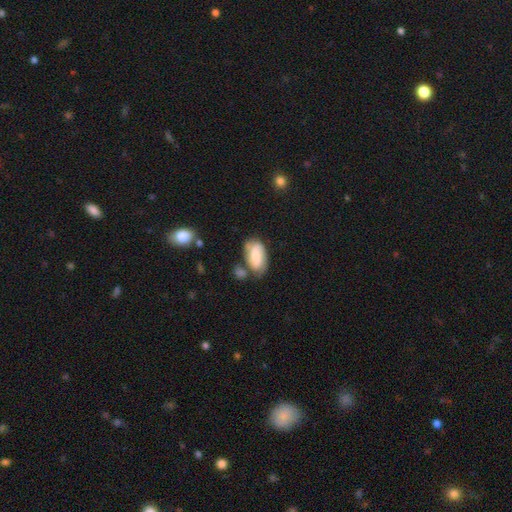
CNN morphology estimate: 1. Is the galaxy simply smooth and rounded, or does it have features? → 60% smooth, 33% featured or disk, 8% star or artifact.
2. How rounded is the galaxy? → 92% in between, 4% round, 4% cigar-shaped.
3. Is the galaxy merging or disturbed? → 47% none, 25% minor disturbance, 18% merger, 10% major disturbance.